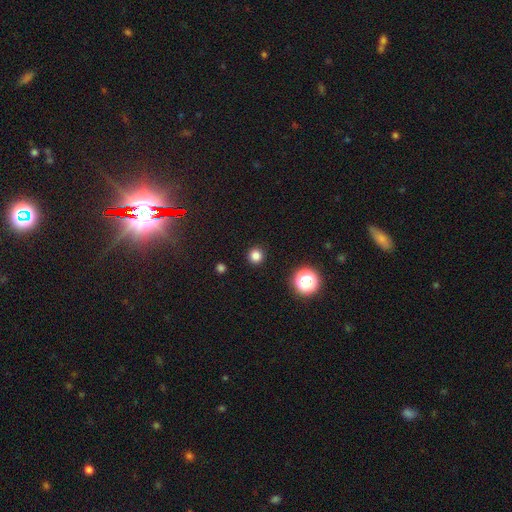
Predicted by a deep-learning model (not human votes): Smooth or featured? Predicted: smooth (p=0.81). How rounded? Predicted: round (p=0.95). Merging? Predicted: none (p=0.93).